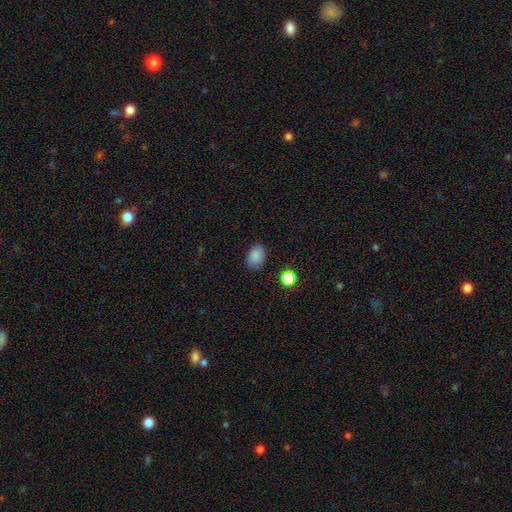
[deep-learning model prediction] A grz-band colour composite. It shows a smooth galaxy with no disk features (86%) that is in between round and cigar-shaped (77%). Merging: none (83%).